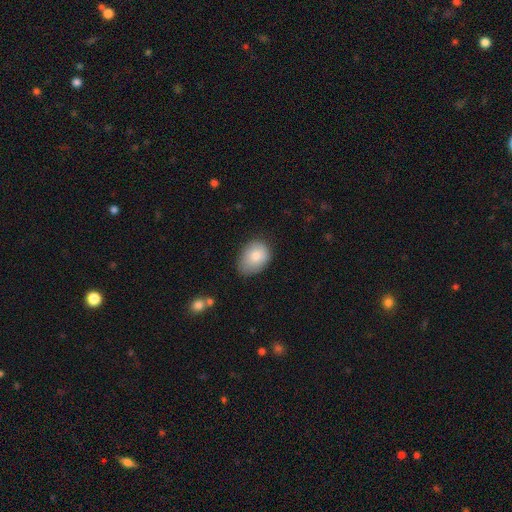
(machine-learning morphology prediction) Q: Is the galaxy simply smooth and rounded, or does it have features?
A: smooth — 79%.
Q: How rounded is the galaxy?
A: in between — 67%.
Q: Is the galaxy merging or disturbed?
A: none — 64%.